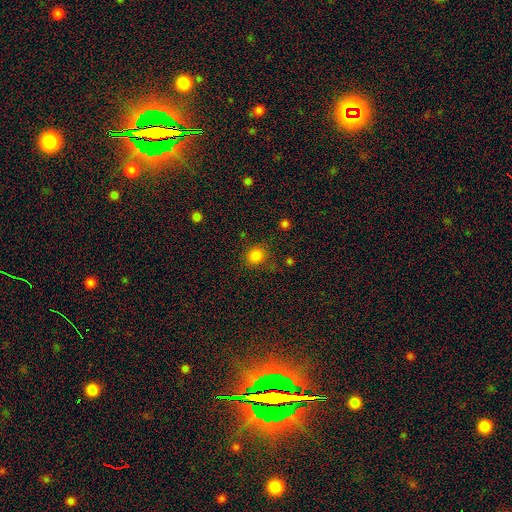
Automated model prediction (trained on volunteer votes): Smooth or featured? Predicted: smooth (p=0.83). How rounded? Predicted: round (p=0.81). Merging? Predicted: none (p=0.78).